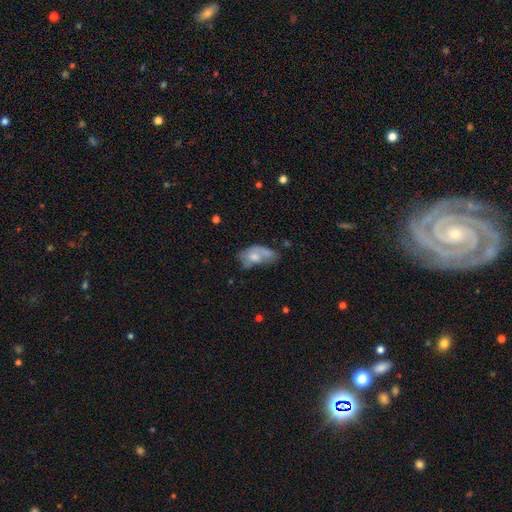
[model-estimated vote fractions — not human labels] smooth_or_featured: smooth (p=0.59) [alt: featured or disk p=0.32]
how_rounded: in between (p=0.88) [alt: round p=0.08]
merging: merger (p=0.32) [alt: major disturbance p=0.23]